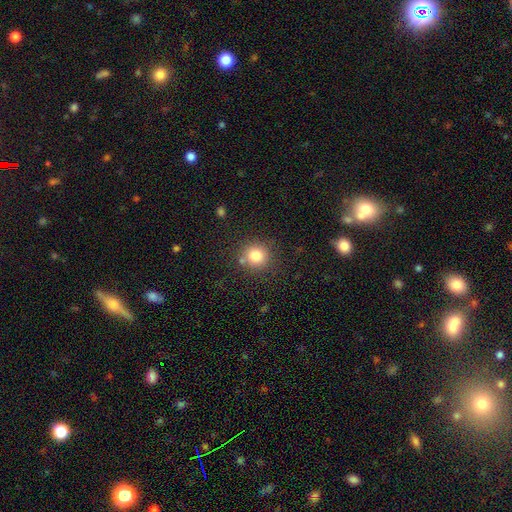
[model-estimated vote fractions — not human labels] This is clearly a smooth galaxy (81%). How rounded: clearly round (91%). Merging: clearly none (81%).